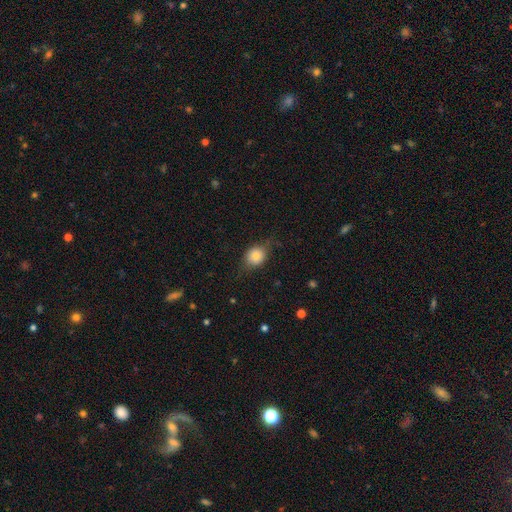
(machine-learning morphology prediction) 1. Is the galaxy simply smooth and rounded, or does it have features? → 73% smooth, 17% featured or disk, 10% star or artifact.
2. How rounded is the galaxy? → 63% round, 35% in between, 1% cigar-shaped.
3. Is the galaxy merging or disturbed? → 68% none, 22% minor disturbance, 9% major disturbance, 1% merger.